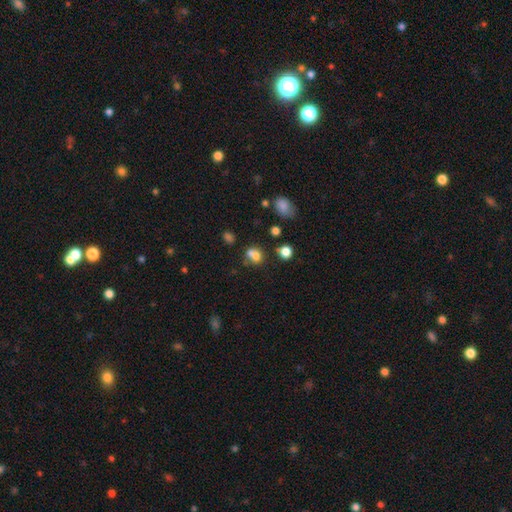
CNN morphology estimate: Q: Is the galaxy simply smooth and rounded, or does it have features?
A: smooth — 71%.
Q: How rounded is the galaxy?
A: round — 58%.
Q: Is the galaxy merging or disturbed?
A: merger — 49%.